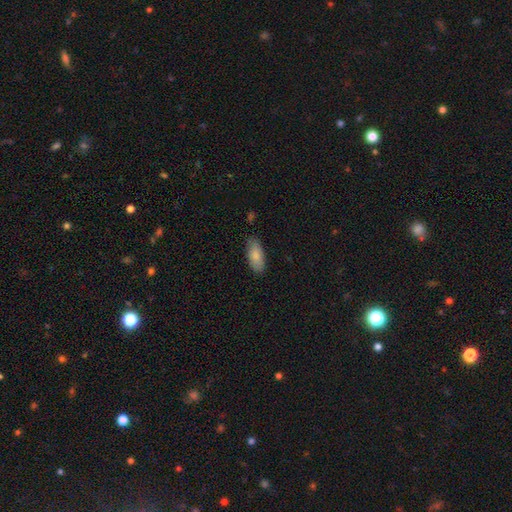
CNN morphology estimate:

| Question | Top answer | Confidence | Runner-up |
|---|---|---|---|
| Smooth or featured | smooth | 85% | featured or disk (9%) |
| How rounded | in between | 86% | cigar-shaped (12%) |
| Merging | none | 82% | minor disturbance (14%) |